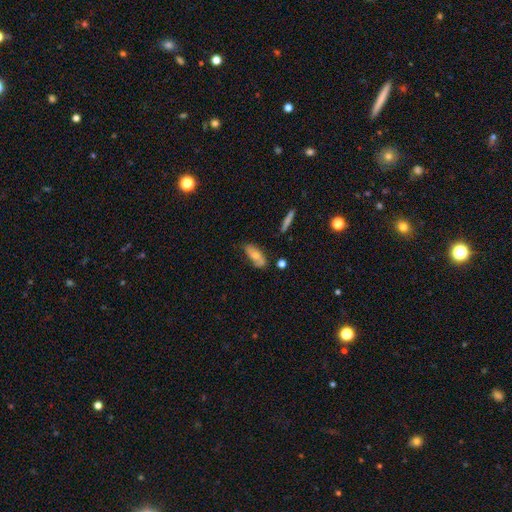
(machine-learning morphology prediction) Overall: smooth (52%; featured or disk 41%). How rounded: in between (80%). Merging: none (60%; minor disturbance 28%).